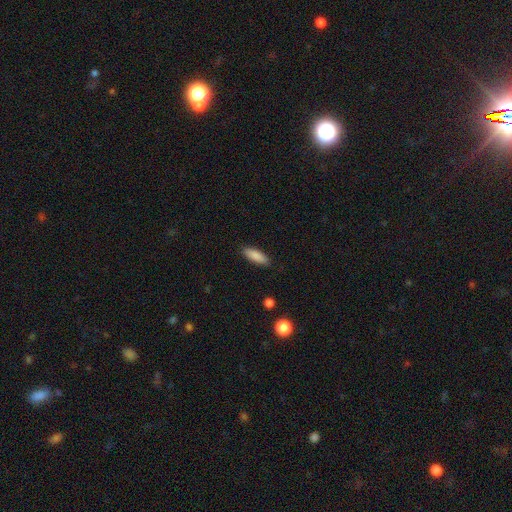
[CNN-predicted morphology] Smooth or featured?
  - smooth: 87% *
  - star or artifact: 6%
  - featured or disk: 6%
How rounded?
  - in between: 57% *
  - cigar-shaped: 42%
  - round: 2%
Merging?
  - none: 88% *
  - minor disturbance: 9%
  - major disturbance: 2%
  - merger: 1%